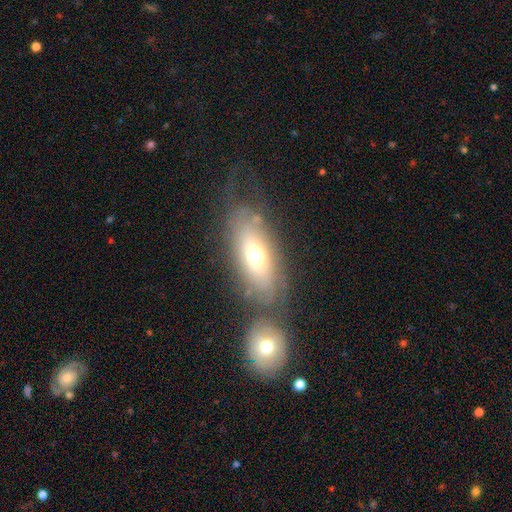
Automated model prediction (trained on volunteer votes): Smooth or featured?
  - smooth: 56% *
  - featured or disk: 35%
  - star or artifact: 9%
How rounded?
  - in between: 80% *
  - cigar-shaped: 14%
  - round: 6%
Merging?
  - none: 54% *
  - minor disturbance: 18%
  - merger: 17%
  - major disturbance: 11%